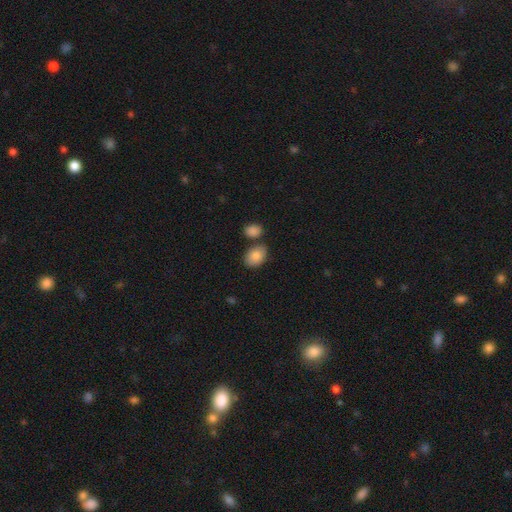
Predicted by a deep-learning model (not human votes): Smooth or featured?
  - smooth: 86% *
  - star or artifact: 7%
  - featured or disk: 7%
How rounded?
  - in between: 79% *
  - round: 20%
  - cigar-shaped: 1%
Merging?
  - none: 67% *
  - merger: 15%
  - minor disturbance: 14%
  - major disturbance: 4%